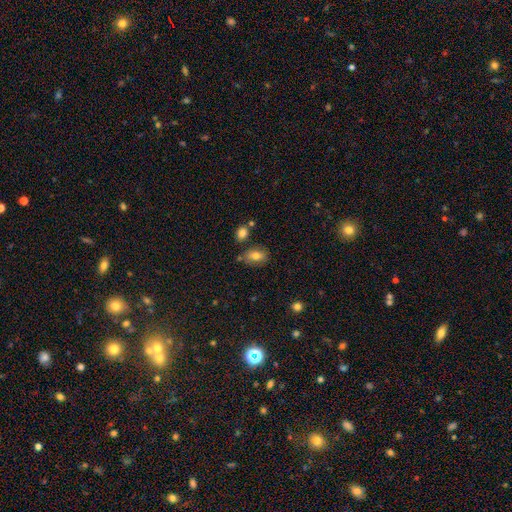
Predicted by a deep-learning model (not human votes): smooth-or-featured: smooth: 76% | featured or disk: 15% | star or artifact: 9%
  how-rounded: in between: 80% | round: 18% | cigar-shaped: 2%
  merging: none: 74% | minor disturbance: 14% | merger: 8% | major disturbance: 3%